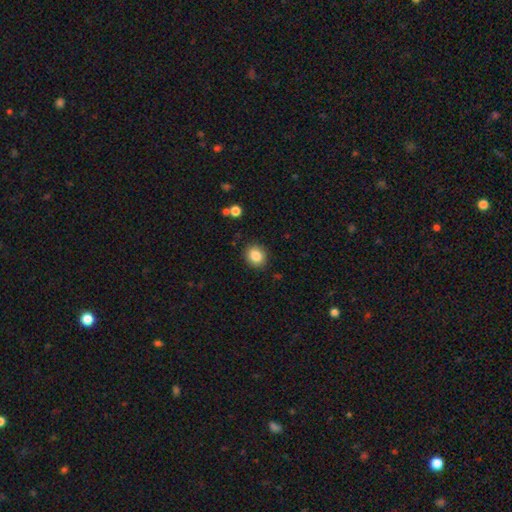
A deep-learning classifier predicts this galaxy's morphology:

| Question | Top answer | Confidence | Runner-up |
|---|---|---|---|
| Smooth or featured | smooth | 85% | star or artifact (9%) |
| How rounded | round | 74% | in between (25%) |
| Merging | none | 88% | minor disturbance (8%) |